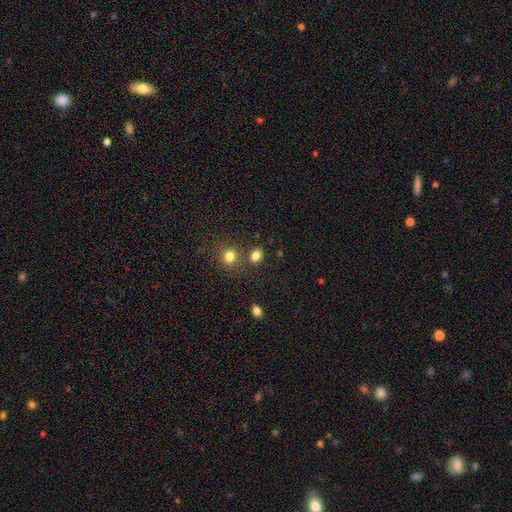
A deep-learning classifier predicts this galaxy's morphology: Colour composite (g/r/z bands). It shows a smooth galaxy with no disk features (81%) that is in between round and cigar-shaped (52%). Merging: none (69%).